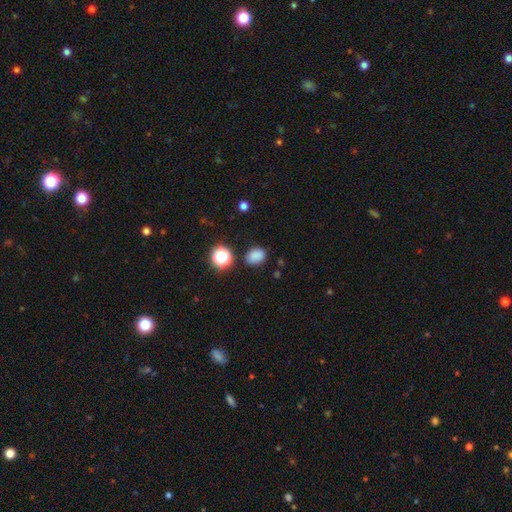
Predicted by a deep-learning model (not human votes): smooth 82%, star or artifact 14%, featured or disk 4%. Down the decision tree: how rounded — in between (60%); merging — none (79%).